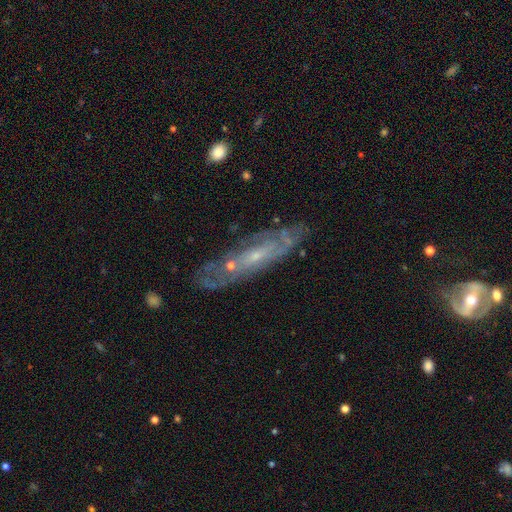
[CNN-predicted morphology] smooth_or_featured: featured or disk (p=0.74) [alt: smooth p=0.17]
disk_edge_on: no (p=0.65) [alt: yes p=0.35]
merging: none (p=0.73) [alt: minor disturbance p=0.17]